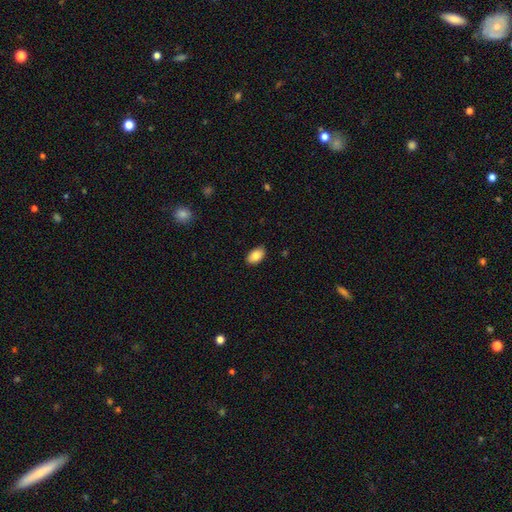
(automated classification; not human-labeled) smooth 85%, featured or disk 8%, star or artifact 7%. Down the decision tree: how rounded — in between (93%); merging — none (86%).